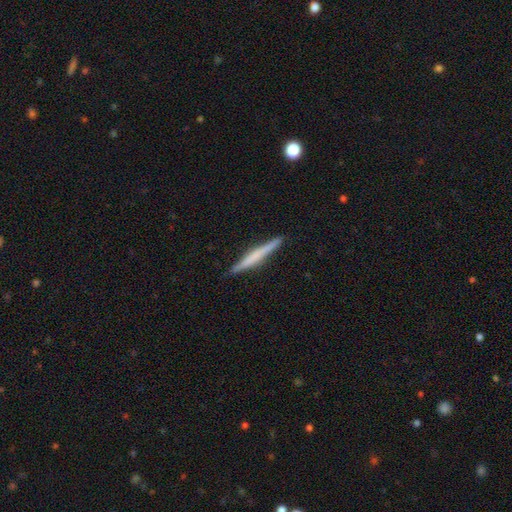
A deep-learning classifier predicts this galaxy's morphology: Q: Smooth or featured?
A: featured or disk (50%); runner-up: smooth (44%)
Q: Edge-on disk?
A: yes (98%); runner-up: no (2%)
Q: Merging?
A: none (90%); runner-up: minor disturbance (7%)